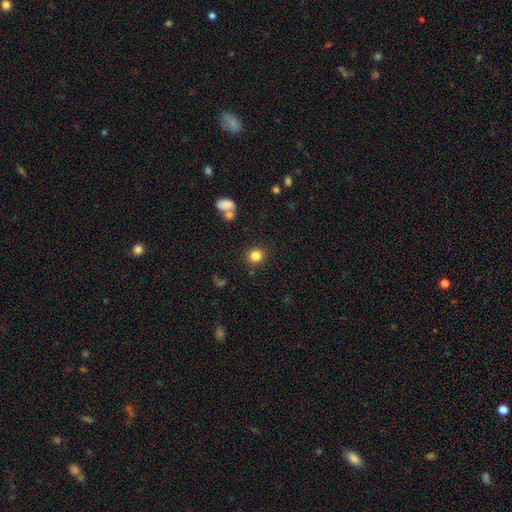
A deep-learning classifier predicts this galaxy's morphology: smooth 83%, star or artifact 11%, featured or disk 5%. Down the decision tree: how rounded — round (89%); merging — none (87%).